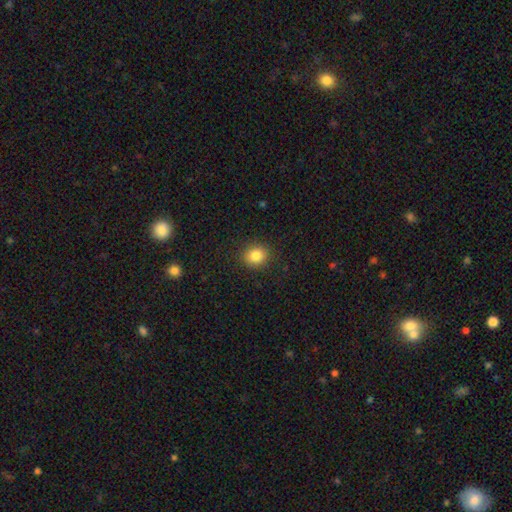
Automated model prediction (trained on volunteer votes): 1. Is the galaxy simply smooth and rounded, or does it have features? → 83% smooth, 11% star or artifact, 6% featured or disk.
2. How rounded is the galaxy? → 76% round, 23% in between, 1% cigar-shaped.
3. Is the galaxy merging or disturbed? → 89% none, 7% minor disturbance, 2% major disturbance, 1% merger.